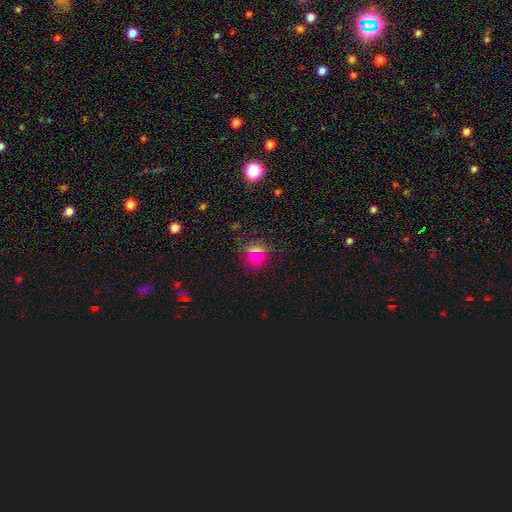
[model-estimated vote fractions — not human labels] Smooth or featured? smooth (66%)
How rounded? round (90%)
Merging? none (83%)